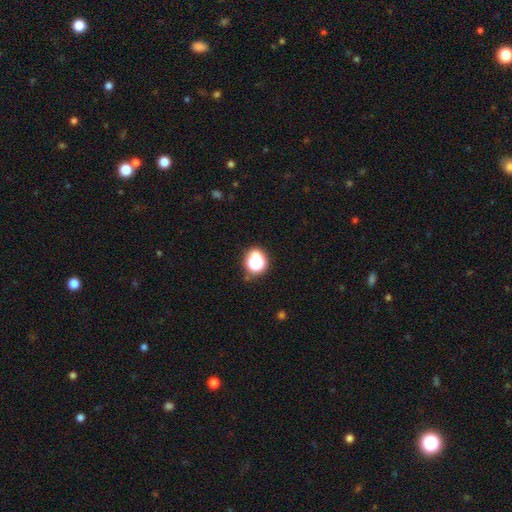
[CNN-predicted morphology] type=smooth (55%); roundness=round (75%); merging=none (75%).